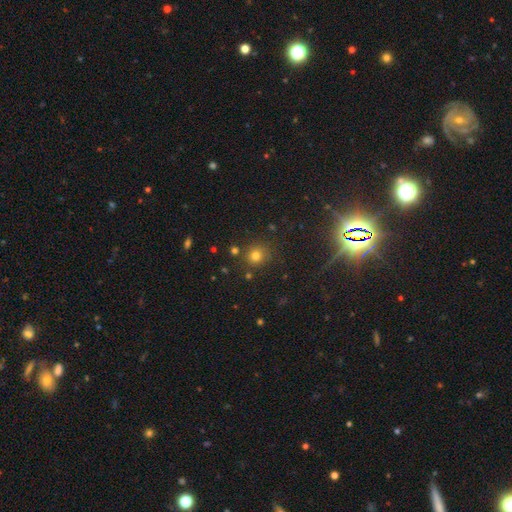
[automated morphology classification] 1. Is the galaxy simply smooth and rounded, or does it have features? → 75% smooth, 19% star or artifact, 6% featured or disk.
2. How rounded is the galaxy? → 90% round, 9% in between, 1% cigar-shaped.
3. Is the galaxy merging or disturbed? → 81% none, 10% minor disturbance, 5% merger, 4% major disturbance.